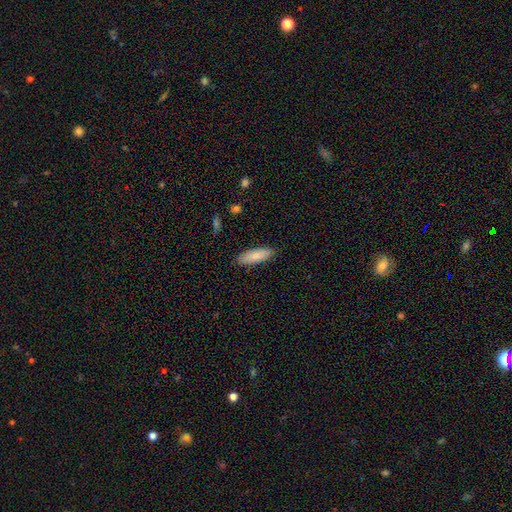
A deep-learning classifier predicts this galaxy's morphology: This is clearly a smooth galaxy (84%). How rounded: possibly in between (57%). Merging: clearly none (88%).